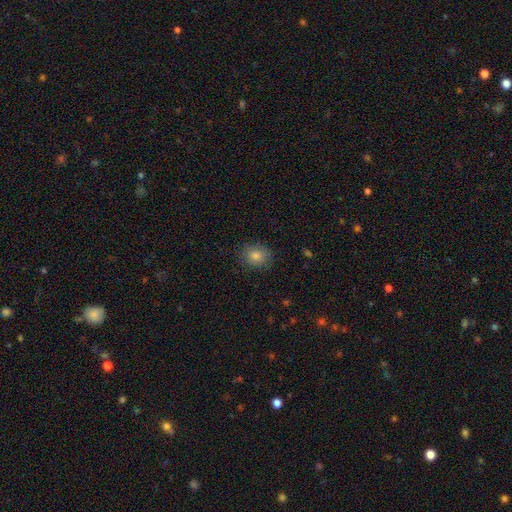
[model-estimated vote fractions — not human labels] This is likely a smooth galaxy (78%). How rounded: likely round (66%). Merging: clearly none (85%).